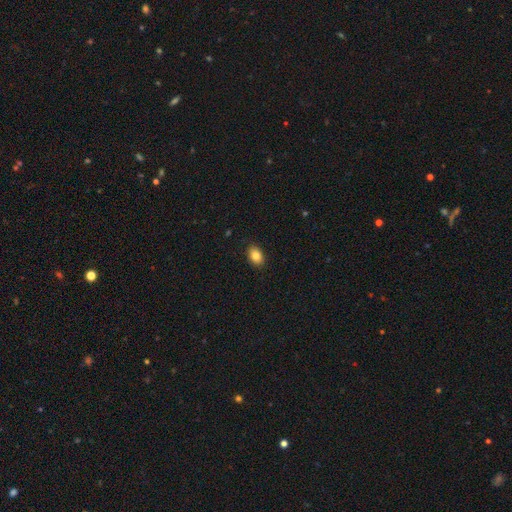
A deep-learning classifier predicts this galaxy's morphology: type=smooth (85%); roundness=in between (84%); merging=none (89%).